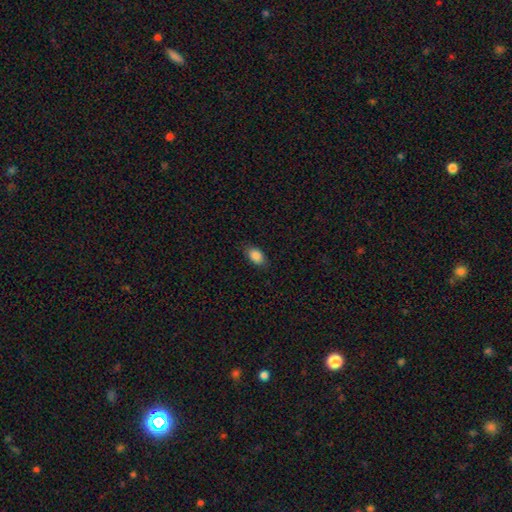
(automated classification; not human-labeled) smooth 87%, star or artifact 8%, featured or disk 5%. Down the decision tree: how rounded — in between (90%); merging — none (82%).